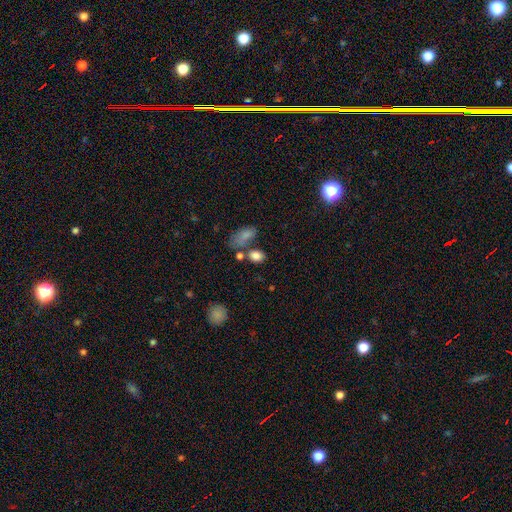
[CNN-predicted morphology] This is clearly a smooth galaxy (82%). How rounded: likely in between (66%). Merging: possibly none (59%).